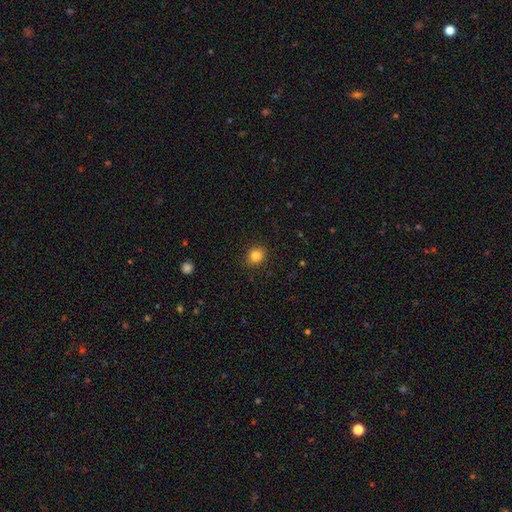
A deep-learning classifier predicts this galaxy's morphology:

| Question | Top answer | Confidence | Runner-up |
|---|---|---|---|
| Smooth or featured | smooth | 84% | star or artifact (11%) |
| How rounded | round | 75% | in between (24%) |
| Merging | none | 90% | minor disturbance (7%) |